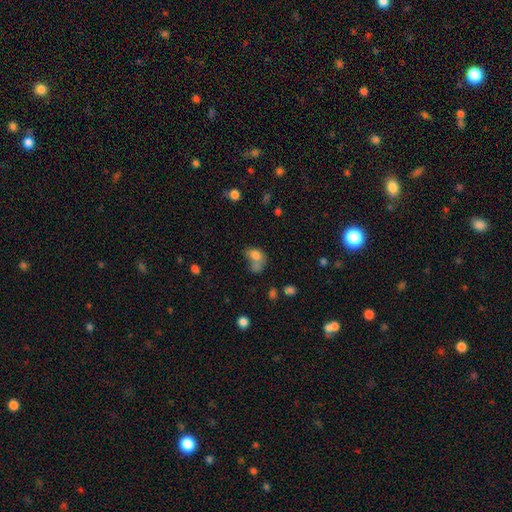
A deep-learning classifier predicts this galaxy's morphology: A smooth galaxy with no disk features (73%) that is in between round and cigar-shaped (62%).

Vote fractions:
- Smooth or featured? smooth: 73% / featured or disk: 14% / star or artifact: 13%
- How rounded? in between: 62% / round: 36% / cigar-shaped: 2%
- Merging? merger: 43% / none: 29% / minor disturbance: 15% / major disturbance: 13%